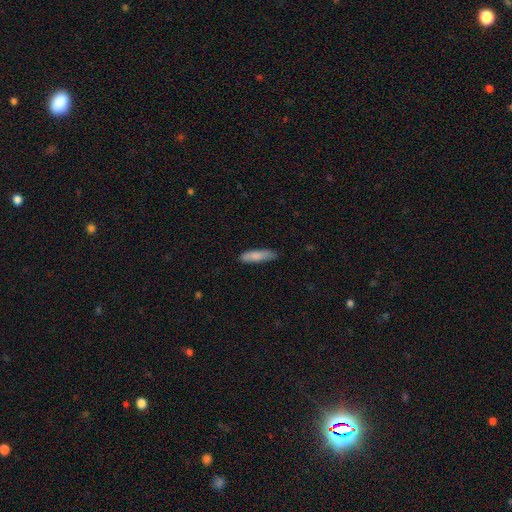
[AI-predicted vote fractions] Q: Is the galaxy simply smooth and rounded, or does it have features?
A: smooth — 83%.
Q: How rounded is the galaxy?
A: cigar-shaped — 70%.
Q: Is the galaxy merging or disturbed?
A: none — 79%.